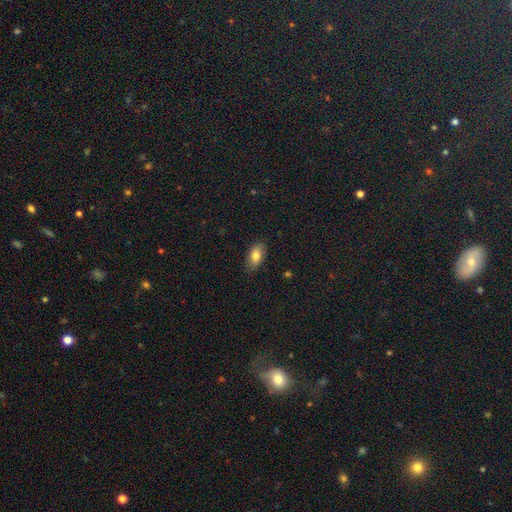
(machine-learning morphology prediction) Smooth or featured? Predicted: smooth (p=0.80). How rounded? Predicted: in between (p=0.90). Merging? Predicted: none (p=0.83).